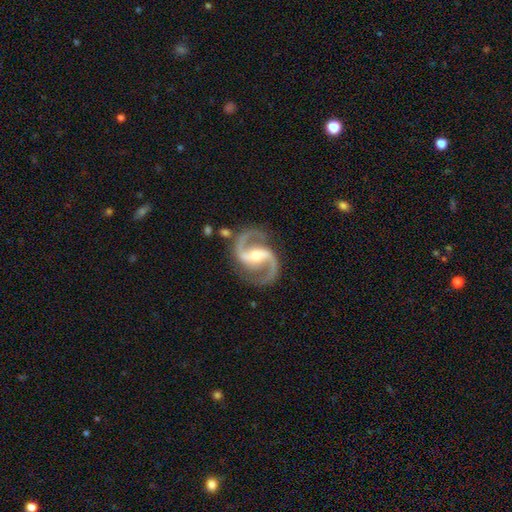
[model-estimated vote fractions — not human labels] featured or disk 94%, star or artifact 4%, smooth 2%. Down the decision tree: edge-on disk — no (98%); bar — strong (49%); spiral arms — yes (99%); spiral arm count — 2 (95%); spiral winding — medium (67%); bulge size — moderate (60%); merging — none (85%).